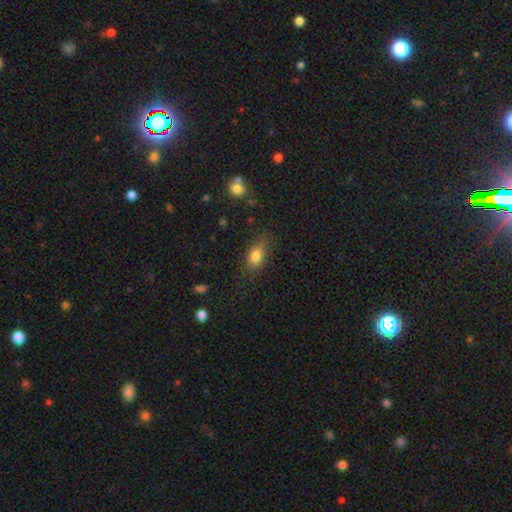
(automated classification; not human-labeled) This is likely a smooth galaxy (79%). How rounded: likely in between (79%). Merging: likely none (69%).